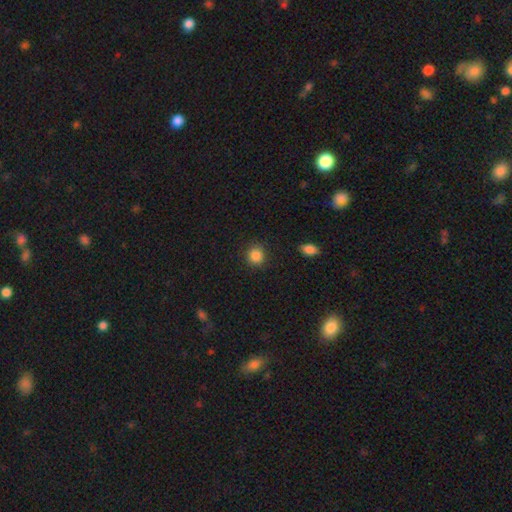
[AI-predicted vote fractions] smooth 86%, star or artifact 10%, featured or disk 4%. Down the decision tree: how rounded — round (89%); merging — none (89%).